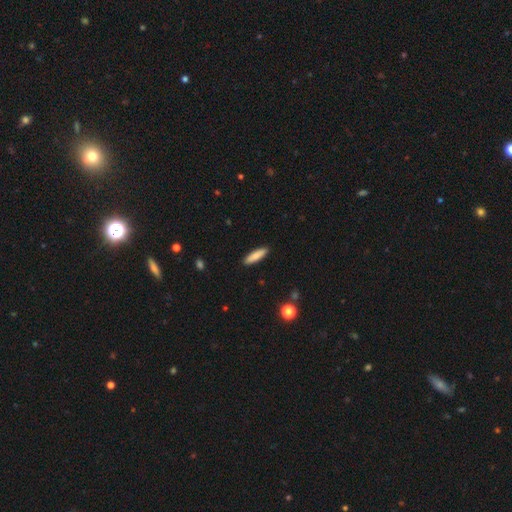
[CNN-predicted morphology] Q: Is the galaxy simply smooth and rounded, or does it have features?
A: smooth — 84%.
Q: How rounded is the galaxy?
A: cigar-shaped — 76%.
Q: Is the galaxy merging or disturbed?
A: none — 90%.